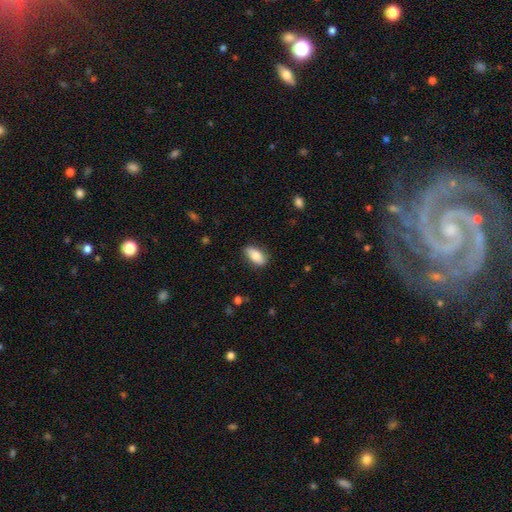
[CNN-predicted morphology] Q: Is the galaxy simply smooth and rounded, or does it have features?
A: smooth — 81%.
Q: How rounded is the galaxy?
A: in between — 89%.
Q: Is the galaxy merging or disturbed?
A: none — 82%.